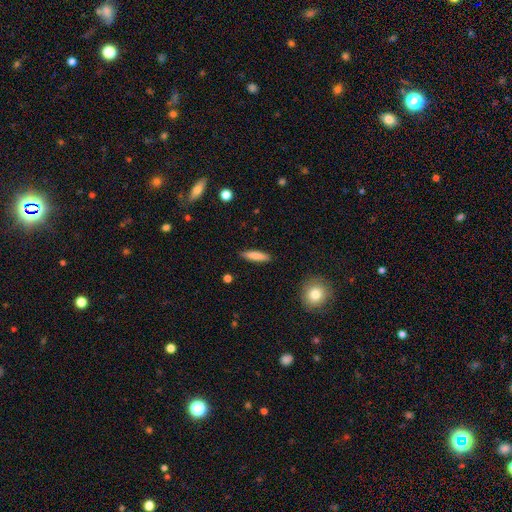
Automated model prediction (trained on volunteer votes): smooth 82%, featured or disk 12%, star or artifact 6%. Down the decision tree: how rounded — cigar-shaped (78%); merging — none (89%).